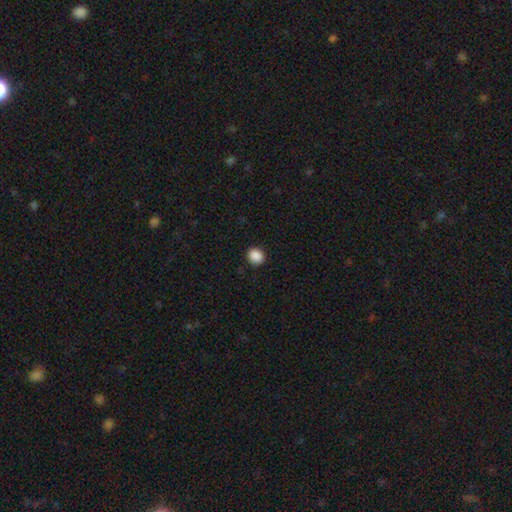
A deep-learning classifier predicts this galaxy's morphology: smooth 89%, star or artifact 9%, featured or disk 2%. Down the decision tree: how rounded — round (68%); merging — none (90%).